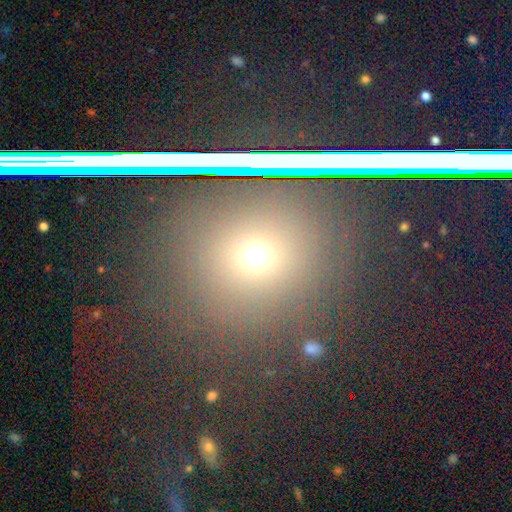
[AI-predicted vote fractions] The model was most divided on "smooth or featured": smooth: 53%, star or artifact: 37%, featured or disk: 10%. More confident: merging — none (82%); how rounded — round (80%).